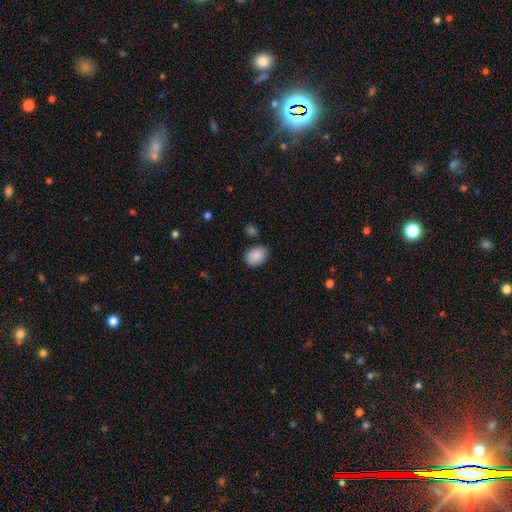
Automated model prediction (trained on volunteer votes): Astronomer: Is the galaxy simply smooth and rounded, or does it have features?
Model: smooth — 88%.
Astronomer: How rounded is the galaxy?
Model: in between — 74%.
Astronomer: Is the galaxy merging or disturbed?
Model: none — 77%.